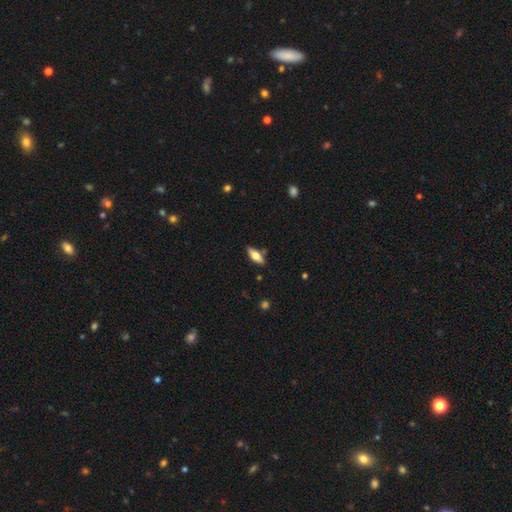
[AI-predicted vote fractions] A smooth galaxy with no disk features (60%) that is in between round and cigar-shaped (67%).

Vote fractions:
- Smooth or featured? smooth: 60% / featured or disk: 33% / star or artifact: 7%
- How rounded? in between: 67% / cigar-shaped: 31% / round: 2%
- Merging? none: 83% / minor disturbance: 11% / merger: 3% / major disturbance: 2%